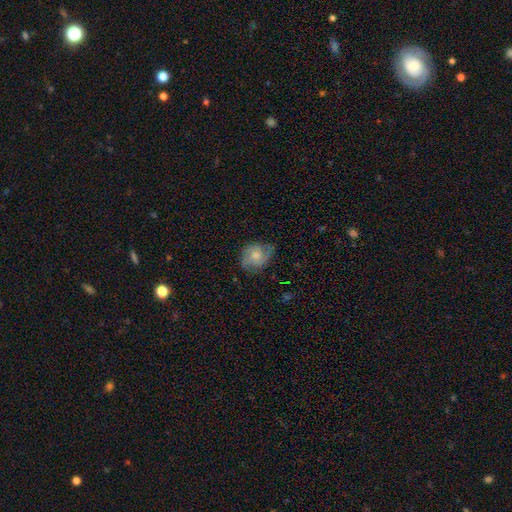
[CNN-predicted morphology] Smooth or featured?
  - featured or disk: 48% *
  - smooth: 45%
  - star or artifact: 7%
Merging?
  - none: 64% *
  - minor disturbance: 26%
  - major disturbance: 9%
  - merger: 1%